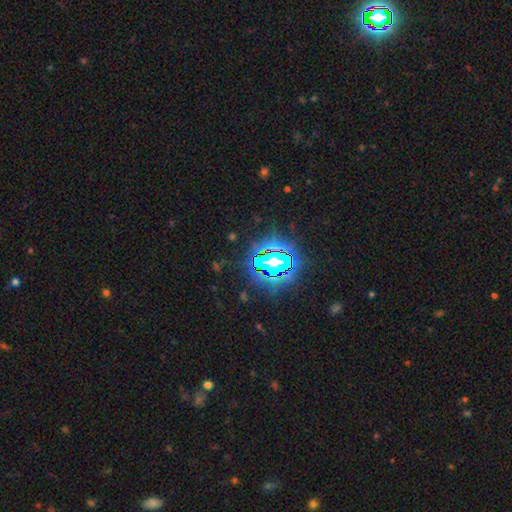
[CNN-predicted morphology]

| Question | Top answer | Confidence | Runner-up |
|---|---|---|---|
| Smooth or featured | star or artifact | 84% | smooth (10%) |